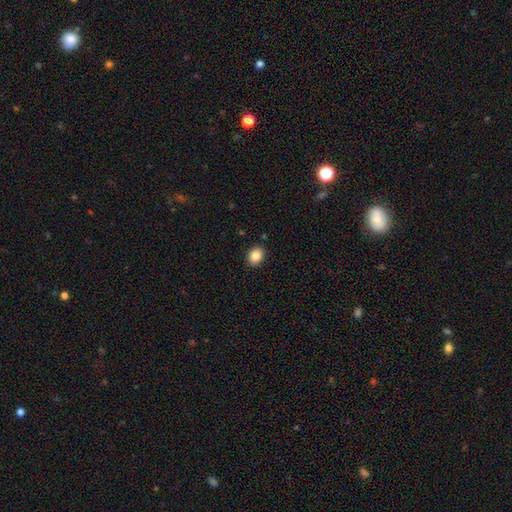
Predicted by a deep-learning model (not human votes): Smooth or featured: smooth — 86% (star or artifact — 9%)
How rounded: in between — 50% (round — 49%)
Merging: none — 89% (minor disturbance — 8%)